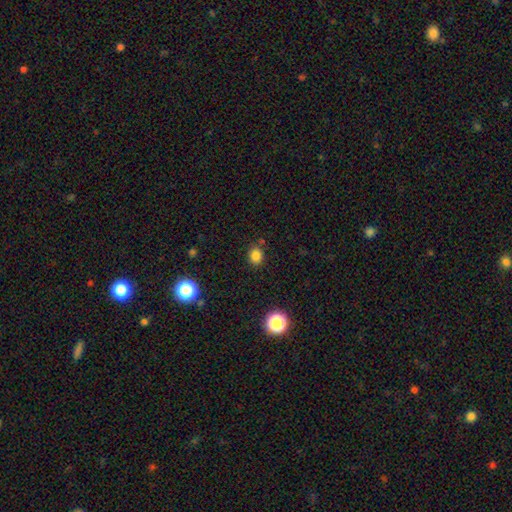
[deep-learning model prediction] Smooth or featured?
  - smooth: 81% *
  - star or artifact: 15%
  - featured or disk: 4%
How rounded?
  - round: 67% *
  - in between: 32%
  - cigar-shaped: 1%
Merging?
  - none: 82% *
  - minor disturbance: 11%
  - merger: 4%
  - major disturbance: 3%